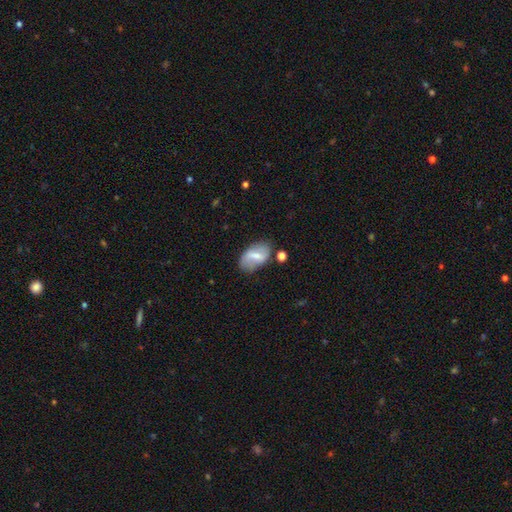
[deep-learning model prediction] Q: Smooth or featured?
A: smooth (49%); runner-up: featured or disk (43%)
Q: Merging?
A: none (69%); runner-up: minor disturbance (21%)